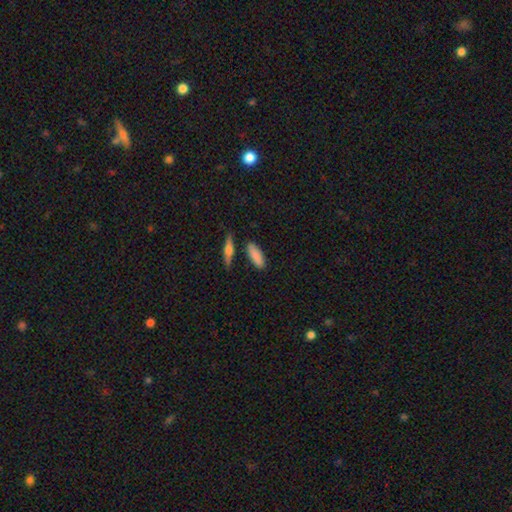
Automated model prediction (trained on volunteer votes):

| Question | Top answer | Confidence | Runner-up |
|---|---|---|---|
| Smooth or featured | smooth | 84% | featured or disk (9%) |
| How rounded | in between | 66% | cigar-shaped (32%) |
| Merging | none | 77% | minor disturbance (13%) |